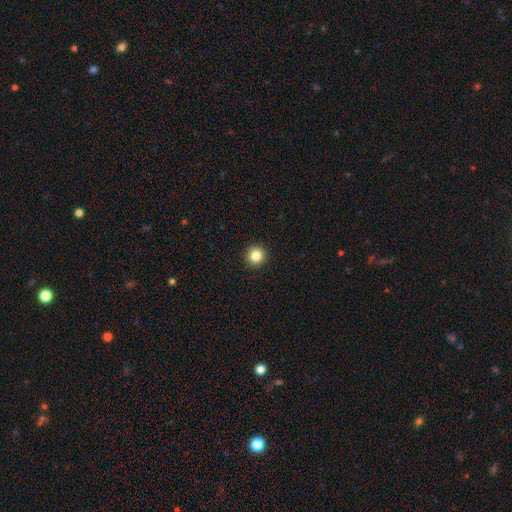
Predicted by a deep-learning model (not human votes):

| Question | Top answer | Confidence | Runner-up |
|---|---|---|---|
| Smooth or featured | smooth | 85% | star or artifact (11%) |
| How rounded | round | 95% | in between (4%) |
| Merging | none | 93% | minor disturbance (4%) |